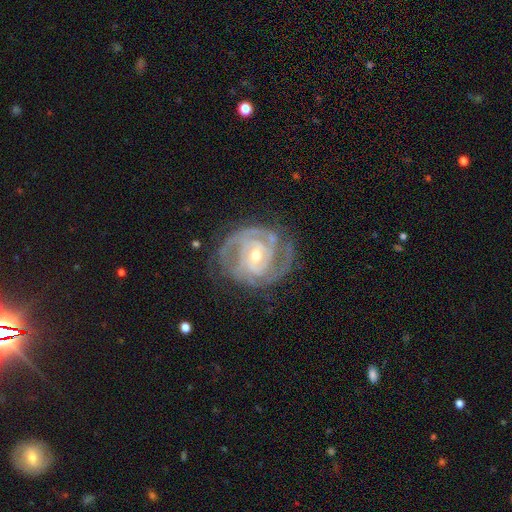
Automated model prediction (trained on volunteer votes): Morphology: type=featured or disk (89%); edge-on=no (97%); bar=no (48%); spiral arms=yes (96%); winding=tight (66%); arm count=2 (36%); bulge=moderate (51%); merging=none (68%).